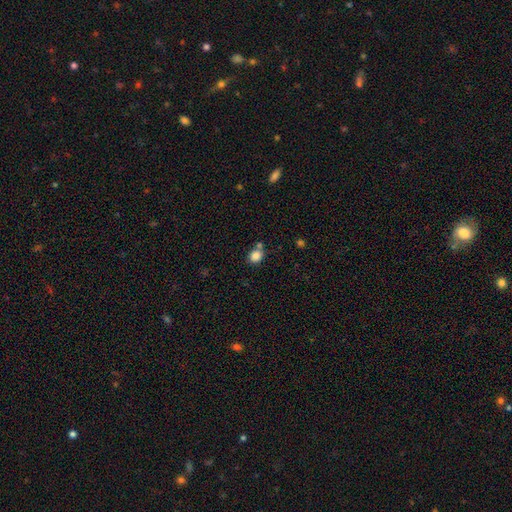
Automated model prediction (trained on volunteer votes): Q: Smooth or featured?
A: smooth (84%); runner-up: star or artifact (10%)
Q: How rounded?
A: round (66%); runner-up: in between (33%)
Q: Merging?
A: none (62%); runner-up: merger (22%)